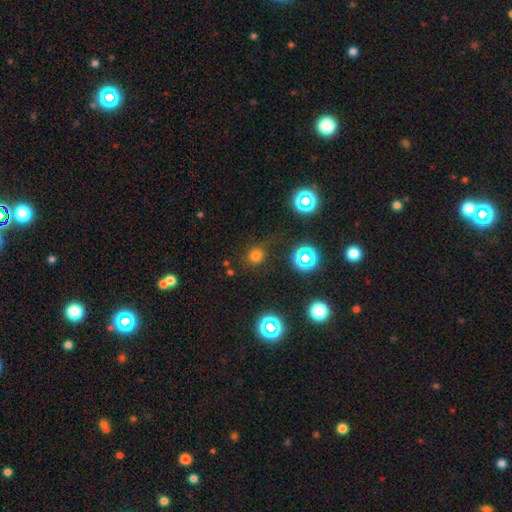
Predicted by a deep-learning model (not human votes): A smooth galaxy with no disk features (69%) that is round (87%). Merging: none (79%).